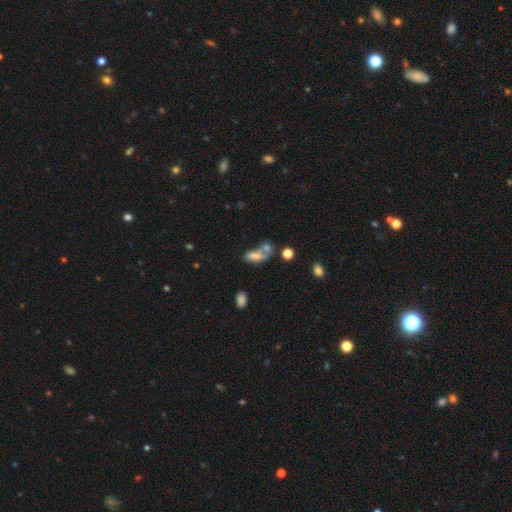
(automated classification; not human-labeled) Smooth or featured? smooth (65%)
How rounded? in between (79%)
Merging? merger (45%)